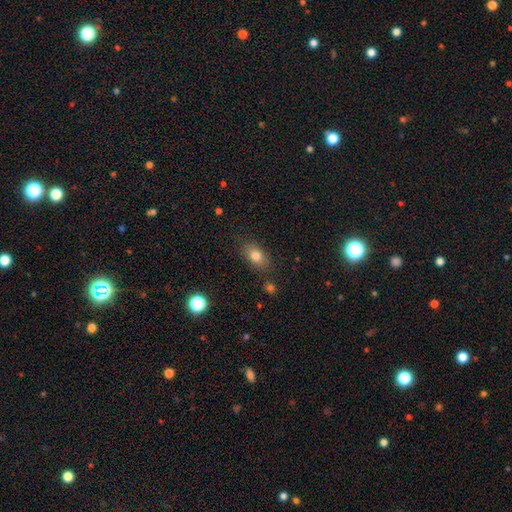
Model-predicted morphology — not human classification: This is likely a smooth galaxy (79%). How rounded: clearly in between (82%). Merging: clearly none (81%).